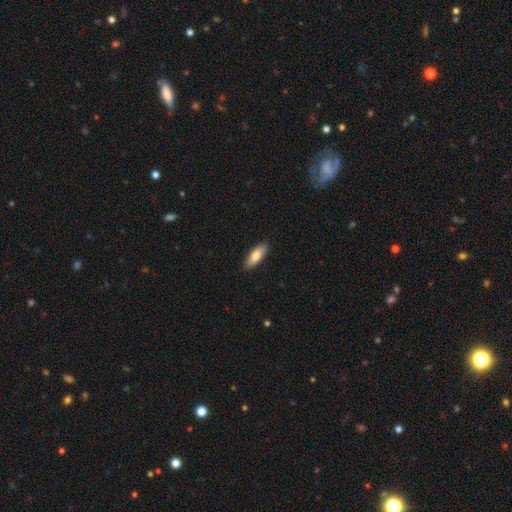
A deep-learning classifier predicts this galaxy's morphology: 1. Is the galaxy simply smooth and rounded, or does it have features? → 80% smooth, 15% featured or disk, 6% star or artifact.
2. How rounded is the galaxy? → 66% in between, 32% cigar-shaped, 2% round.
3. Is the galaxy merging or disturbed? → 88% none, 9% minor disturbance, 2% major disturbance, 1% merger.